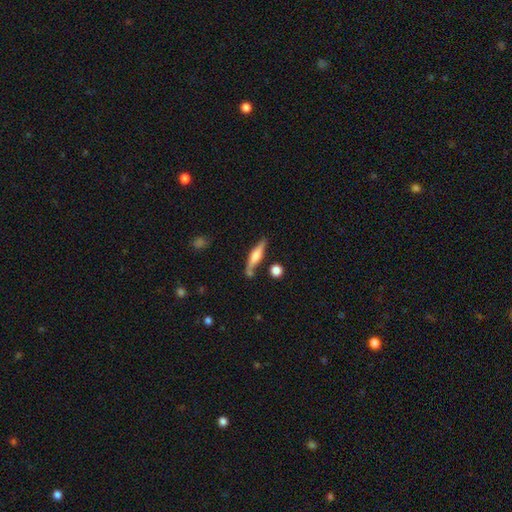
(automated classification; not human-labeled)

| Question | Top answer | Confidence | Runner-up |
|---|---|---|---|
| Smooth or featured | featured or disk | 50% | smooth (44%) |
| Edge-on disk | yes | 94% | no (6%) |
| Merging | none | 75% | minor disturbance (14%) |